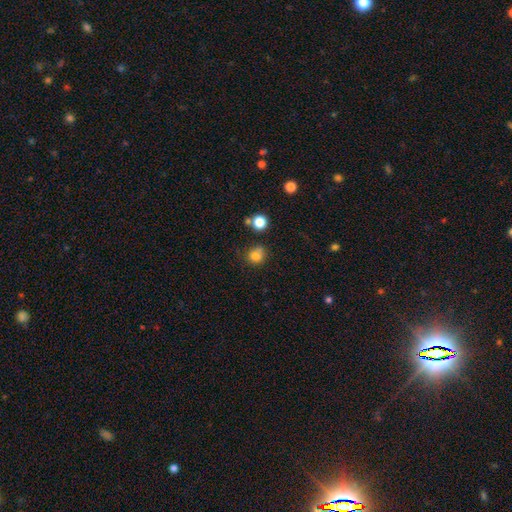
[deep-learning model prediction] smooth-or-featured: smooth: 80% | star or artifact: 13% | featured or disk: 7%
  how-rounded: round: 82% | in between: 17% | cigar-shaped: 1%
  merging: none: 63% | minor disturbance: 18% | merger: 13% | major disturbance: 6%